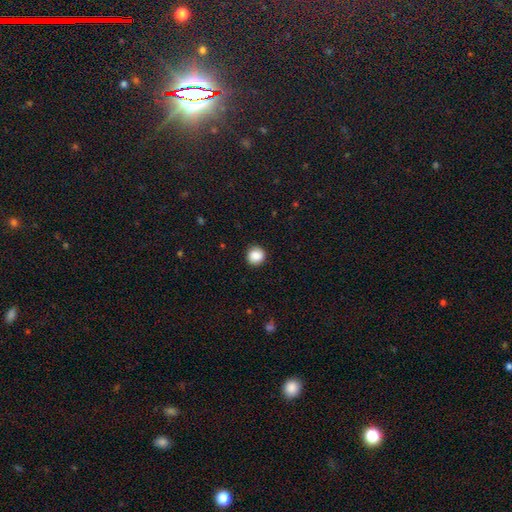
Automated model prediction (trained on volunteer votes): A smooth galaxy with no disk features (88%) that is round (92%). Merging: none (90%).